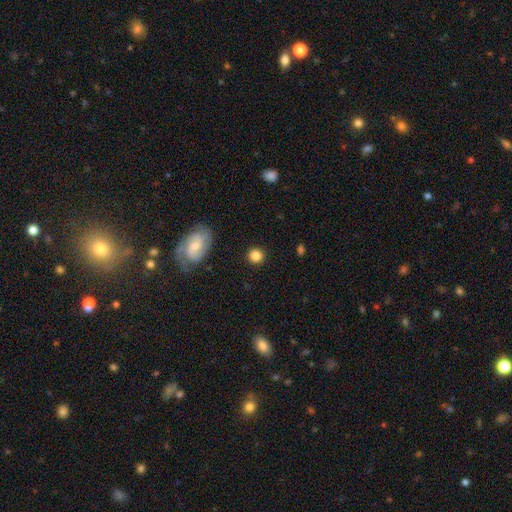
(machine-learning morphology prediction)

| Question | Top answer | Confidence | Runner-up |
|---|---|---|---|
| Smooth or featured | smooth | 83% | star or artifact (9%) |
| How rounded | round | 90% | in between (9%) |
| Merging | none | 89% | minor disturbance (7%) |